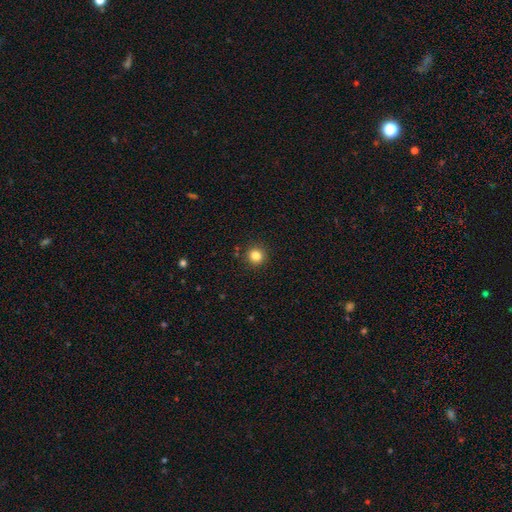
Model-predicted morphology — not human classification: Smooth or featured?
  - smooth: 83% *
  - star or artifact: 12%
  - featured or disk: 5%
How rounded?
  - round: 94% *
  - in between: 5%
  - cigar-shaped: 1%
Merging?
  - none: 91% *
  - minor disturbance: 6%
  - major disturbance: 2%
  - merger: 1%